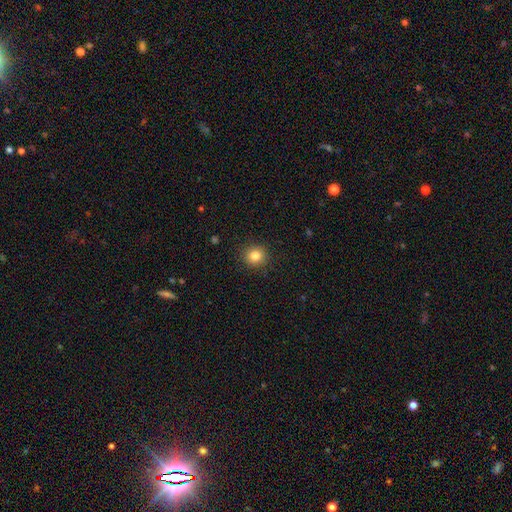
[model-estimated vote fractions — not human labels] Overall: smooth (84%). How rounded: round (85%). Merging: none (90%).